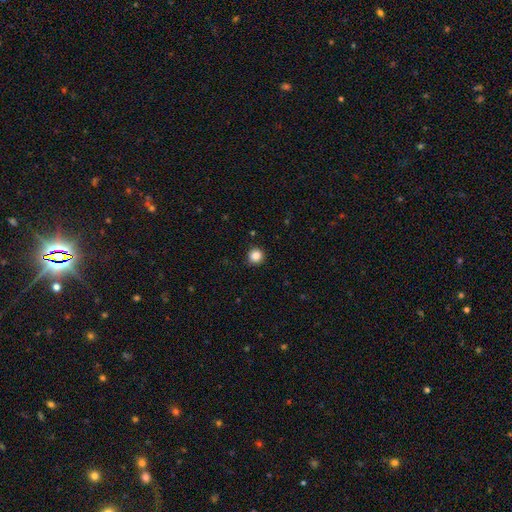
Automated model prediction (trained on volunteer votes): smooth 86%, star or artifact 11%, featured or disk 3%. Down the decision tree: how rounded — round (95%); merging — none (91%).